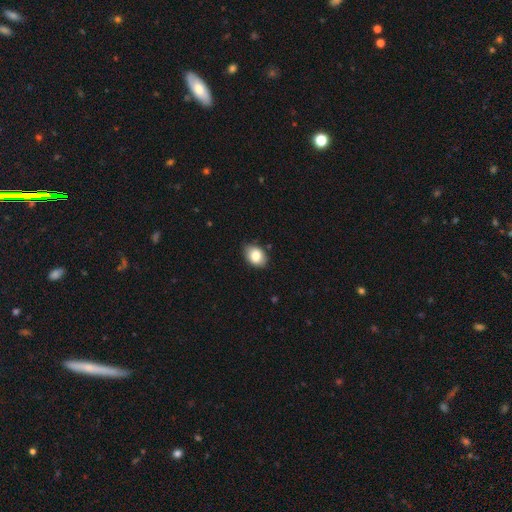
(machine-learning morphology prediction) Smooth or featured? Predicted: smooth (p=0.82). How rounded? Predicted: in between (p=0.77). Merging? Predicted: none (p=0.81).